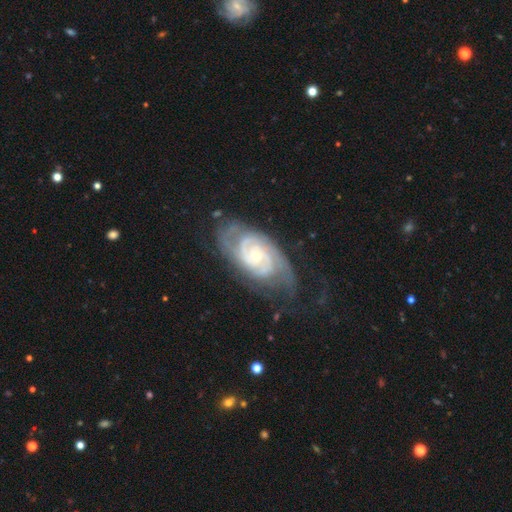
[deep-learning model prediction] smooth-or-featured: featured or disk: 91% | smooth: 5% | star or artifact: 4%
  disk-edge-on: no: 96% | yes: 4%
    bar: no: 69% | weak: 25% | strong: 6%
    has-spiral-arms: yes: 98% | no: 2%
      spiral-winding: tight: 67% | medium: 28% | loose: 5%
      spiral-arm-count: 2: 53% | 3: 18% | can't tell: 15% | 4: 7% | more than 4: 4% | 1: 4%
    bulge-size: small: 63% | moderate: 34% | large: 1% | none: 1% | dominant: 1%
  merging: none: 62% | minor disturbance: 23% | major disturbance: 13% | merger: 2%